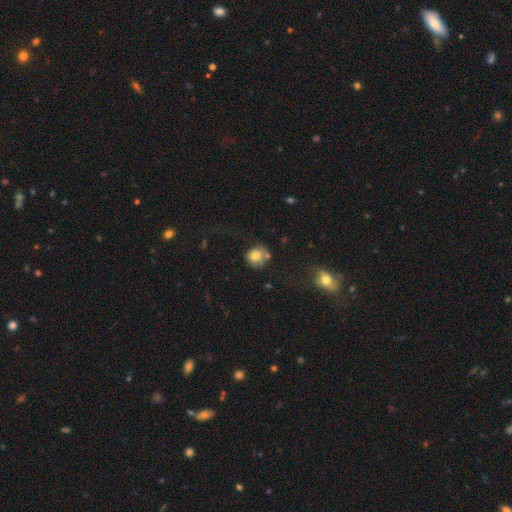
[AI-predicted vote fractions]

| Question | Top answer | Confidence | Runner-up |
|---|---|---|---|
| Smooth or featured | smooth | 77% | featured or disk (12%) |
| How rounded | round | 78% | in between (21%) |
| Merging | none | 62% | minor disturbance (19%) |